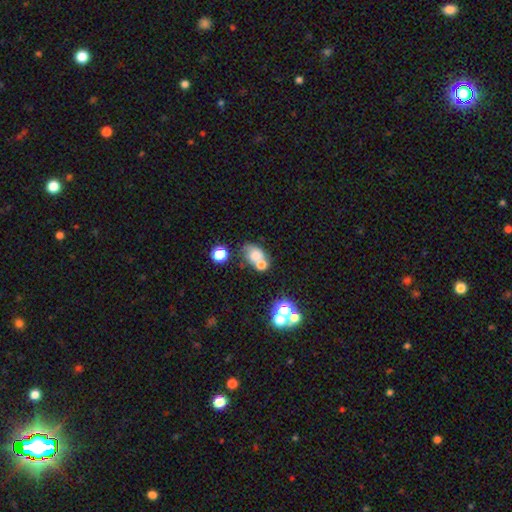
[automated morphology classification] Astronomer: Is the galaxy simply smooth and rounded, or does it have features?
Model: smooth — 63%.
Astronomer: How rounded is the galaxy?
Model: in between — 68%.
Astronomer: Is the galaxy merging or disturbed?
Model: merger — 44% (runner-up: none, 33%).